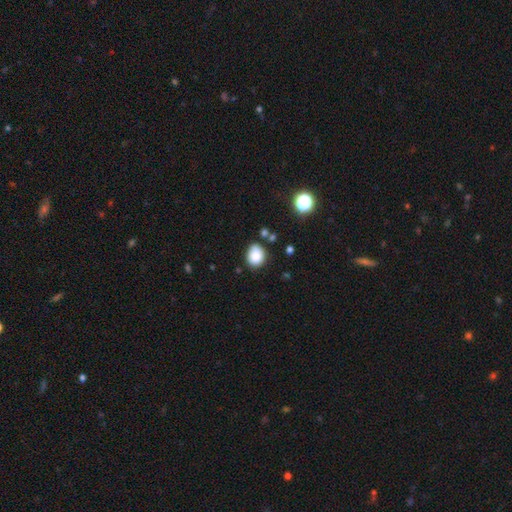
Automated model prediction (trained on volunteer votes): smooth 84%, star or artifact 10%, featured or disk 6%. Down the decision tree: how rounded — round (51%); merging — none (75%).